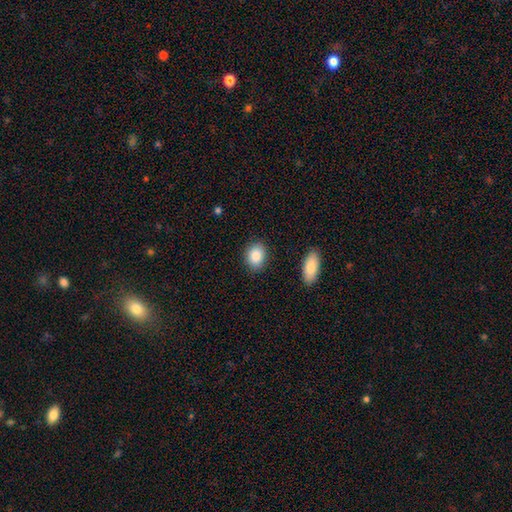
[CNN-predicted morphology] The model was most divided on "how rounded": in between: 58%, round: 41%, cigar-shaped: 1%. More confident: smooth or featured — smooth (87%); merging — none (86%).